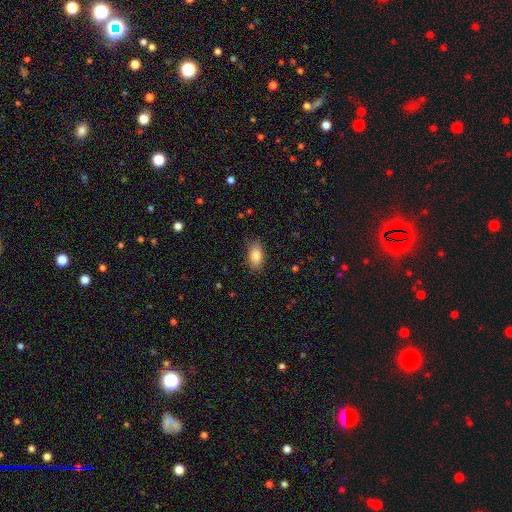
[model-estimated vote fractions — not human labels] A smooth galaxy with no disk features (83%) that is in between round and cigar-shaped (90%). Merging: none (87%).